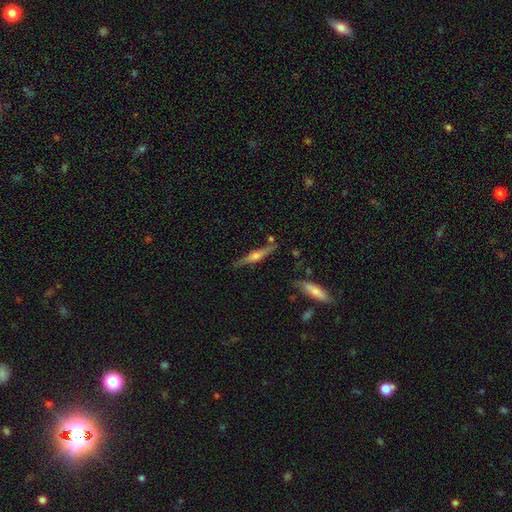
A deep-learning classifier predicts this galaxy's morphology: smooth_or_featured: featured or disk (p=0.68) [alt: smooth p=0.26]
disk_edge_on: yes (p=0.97) [alt: no p=0.03]
edge_on_bulge: rounded (p=0.86) [alt: boxy p=0.09]
merging: none (p=0.81) [alt: minor disturbance p=0.12]